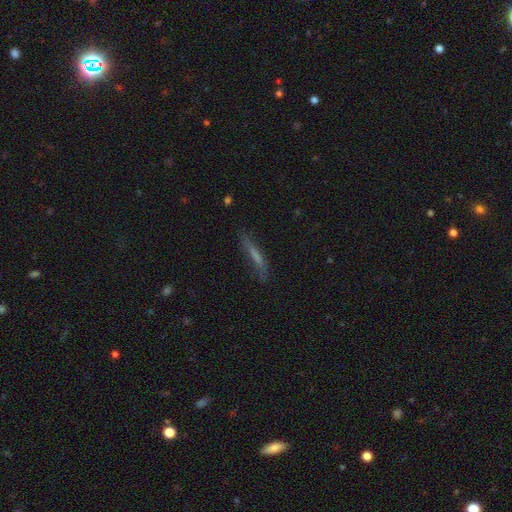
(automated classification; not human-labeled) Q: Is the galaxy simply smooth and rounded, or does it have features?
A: smooth — 45%.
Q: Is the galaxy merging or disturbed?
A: none — 73%.